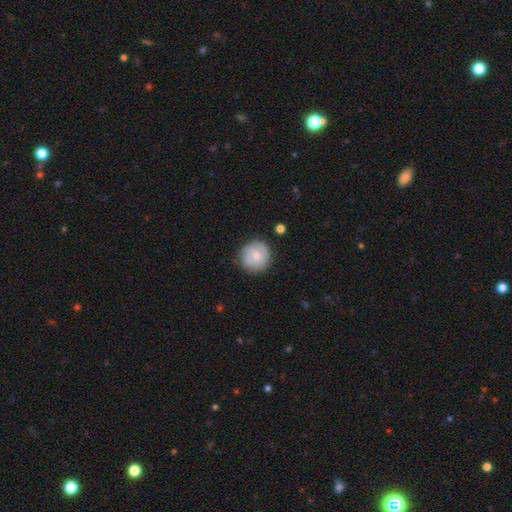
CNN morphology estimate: A smooth galaxy with no disk features (66%) that is round (93%). Merging: none (83%).